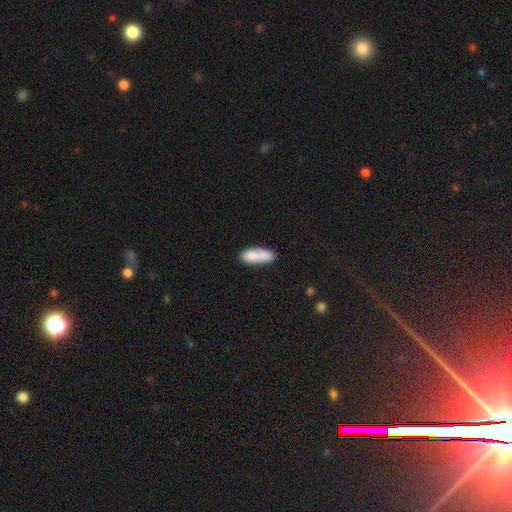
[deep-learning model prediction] Smooth or featured? smooth (81%)
How rounded? in between (58%)
Merging? none (60%)